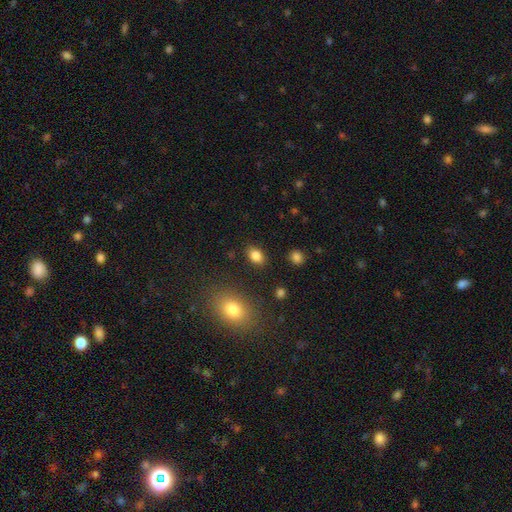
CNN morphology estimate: Overall: smooth (85%). How rounded: in between (81%). Merging: none (86%).